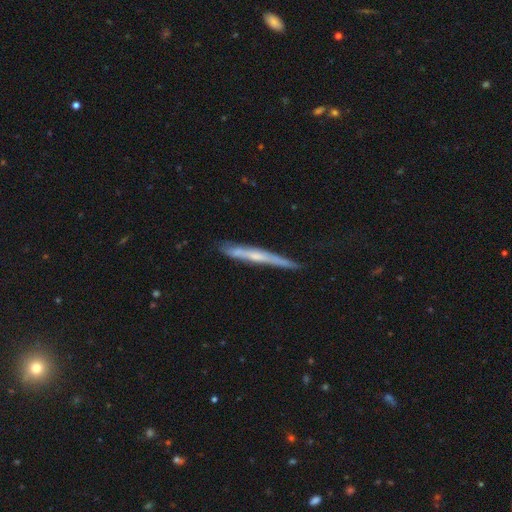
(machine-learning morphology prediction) The model was most divided on "edge-on bulge": none: 54%, rounded: 38%, boxy: 7%. More confident: edge-on disk — yes (93%); merging — none (75%); smooth or featured — featured or disk (60%).